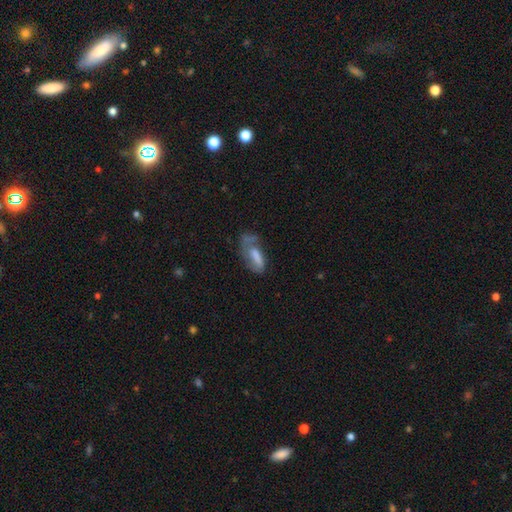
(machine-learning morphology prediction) smooth-or-featured: featured or disk: 46% | smooth: 42% | star or artifact: 12%
  merging: none: 40% | major disturbance: 29% | minor disturbance: 26% | merger: 6%